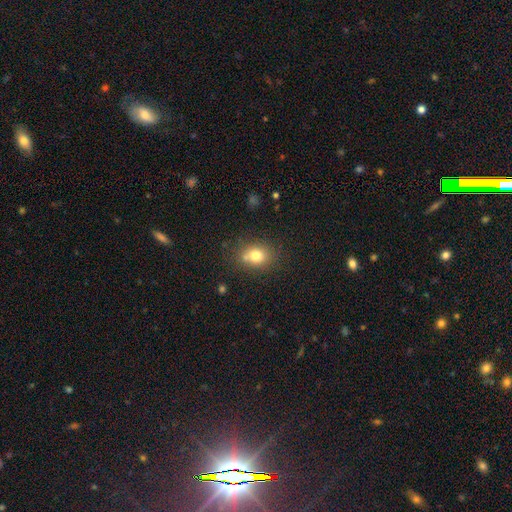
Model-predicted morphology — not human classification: smooth-or-featured: smooth: 76% | star or artifact: 12% | featured or disk: 12%
  how-rounded: round: 50% | in between: 49% | cigar-shaped: 1%
  merging: none: 66% | minor disturbance: 15% | merger: 15% | major disturbance: 5%